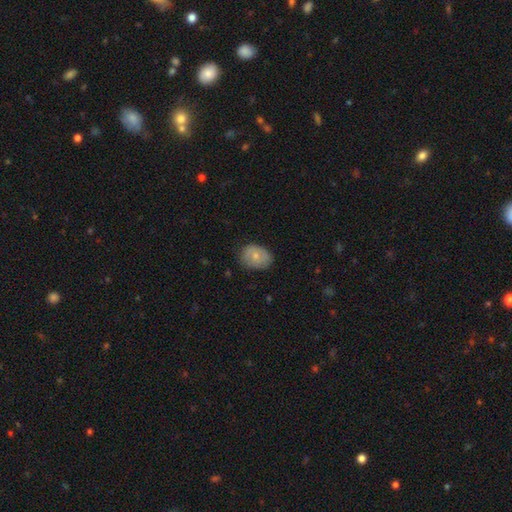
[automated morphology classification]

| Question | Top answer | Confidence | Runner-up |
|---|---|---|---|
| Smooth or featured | smooth | 64% | featured or disk (29%) |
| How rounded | in between | 60% | round (39%) |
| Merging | none | 74% | minor disturbance (21%) |